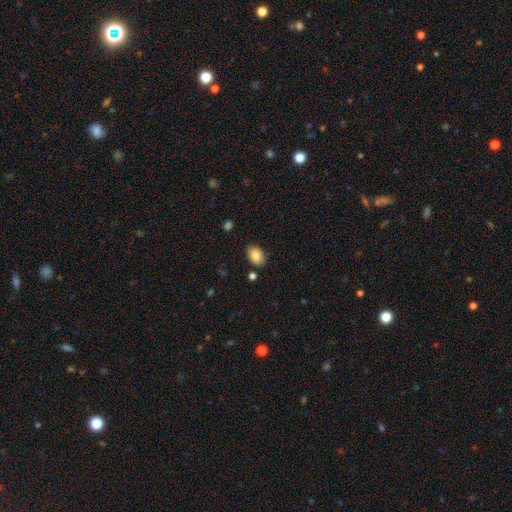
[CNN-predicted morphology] This is clearly a smooth galaxy (85%). How rounded: clearly in between (83%). Merging: clearly none (81%).